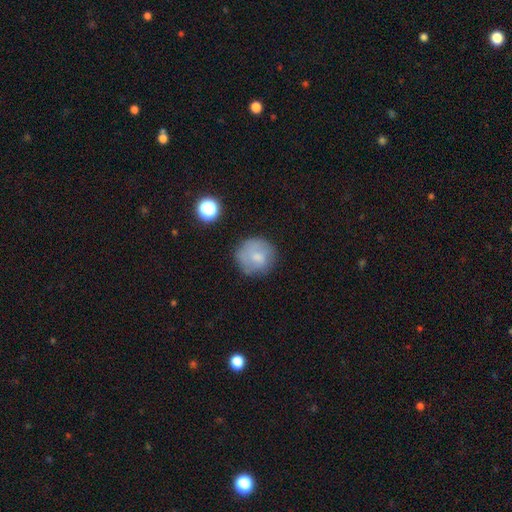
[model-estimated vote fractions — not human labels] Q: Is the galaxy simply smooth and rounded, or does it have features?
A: smooth — 71%.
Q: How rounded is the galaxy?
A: round — 89%.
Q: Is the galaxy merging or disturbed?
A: none — 70%.